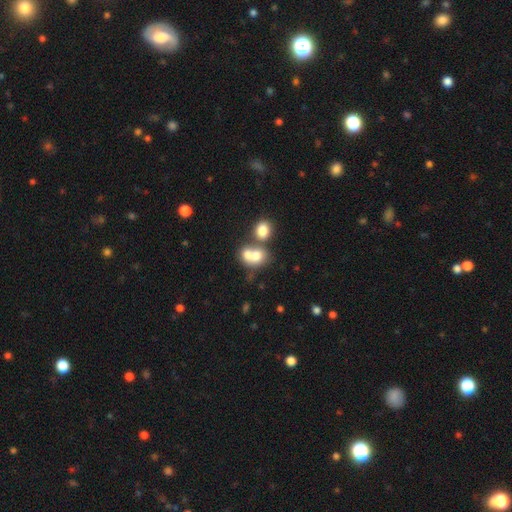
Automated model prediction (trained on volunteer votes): This is likely a smooth galaxy (70%). How rounded: possibly round (58%). Merging: likely merger (63%).